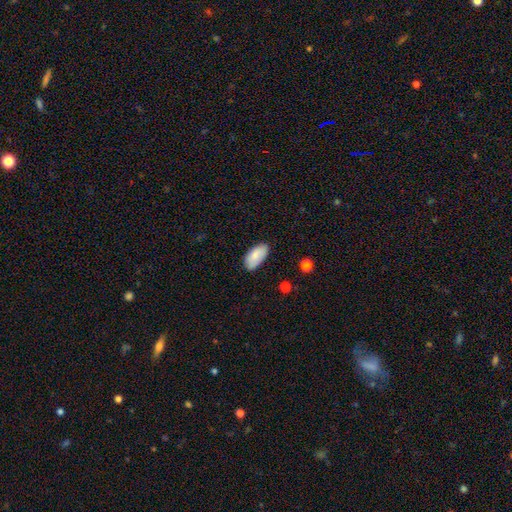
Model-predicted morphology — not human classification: smooth_or_featured: smooth (p=0.84) [alt: featured or disk p=0.10]
how_rounded: in between (p=0.94) [alt: cigar-shaped p=0.03]
merging: none (p=0.77) [alt: minor disturbance p=0.19]